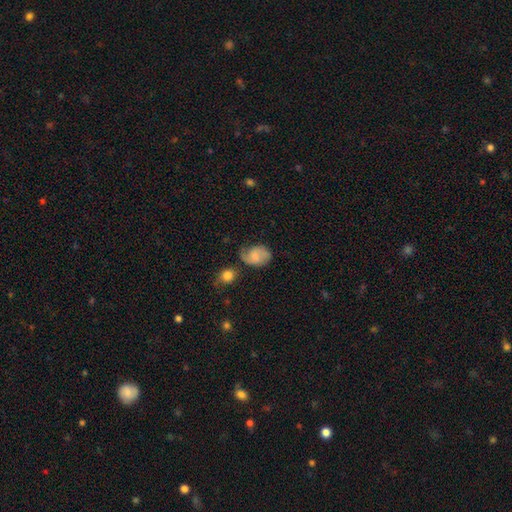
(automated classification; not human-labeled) A smooth galaxy with no disk features (47%). Merging: none (55%).